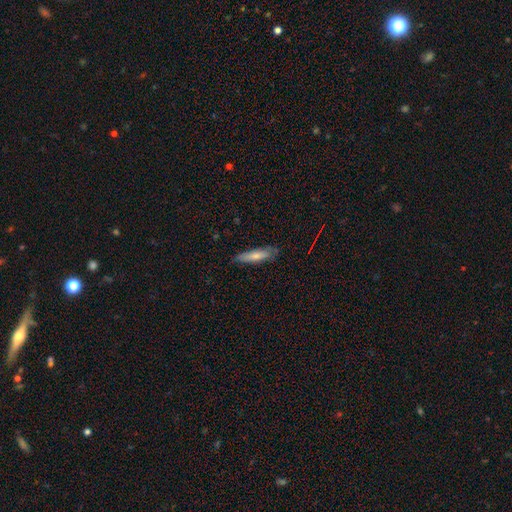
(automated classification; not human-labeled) Smooth or featured? smooth (73%)
How rounded? cigar-shaped (73%)
Merging? none (77%)